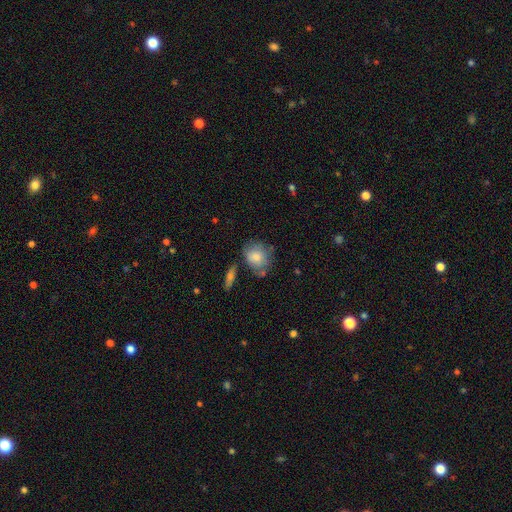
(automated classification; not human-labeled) Smooth or featured: smooth — 76% (featured or disk — 16%)
How rounded: round — 61% (in between — 37%)
Merging: none — 60% (minor disturbance — 23%)